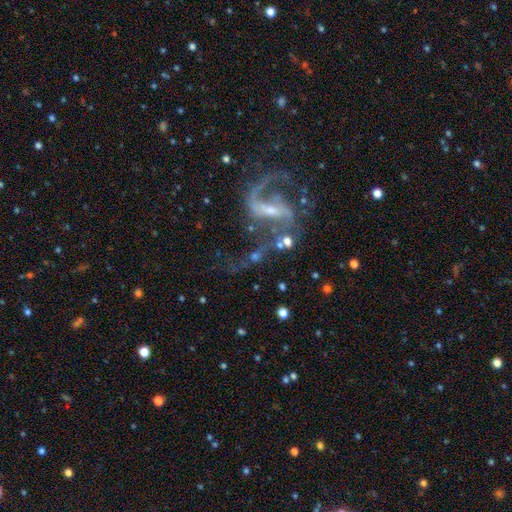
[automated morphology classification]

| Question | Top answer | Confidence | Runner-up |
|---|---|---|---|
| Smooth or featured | featured or disk | 88% | star or artifact (7%) |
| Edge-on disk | no | 97% | yes (3%) |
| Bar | strong | 47% | weak (38%) |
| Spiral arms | yes | 95% | no (5%) |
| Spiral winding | loose | 59% | medium (34%) |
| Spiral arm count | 2 | 88% | 1 (5%) |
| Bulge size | small | 59% | moderate (28%) |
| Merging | none | 49% | major disturbance (25%) |